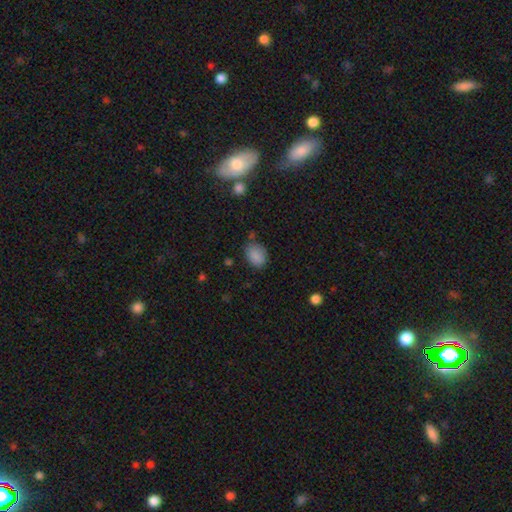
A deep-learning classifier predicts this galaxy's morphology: The model was most divided on "how rounded": in between: 71%, round: 28%, cigar-shaped: 1%. More confident: smooth or featured — smooth (86%); merging — none (73%).